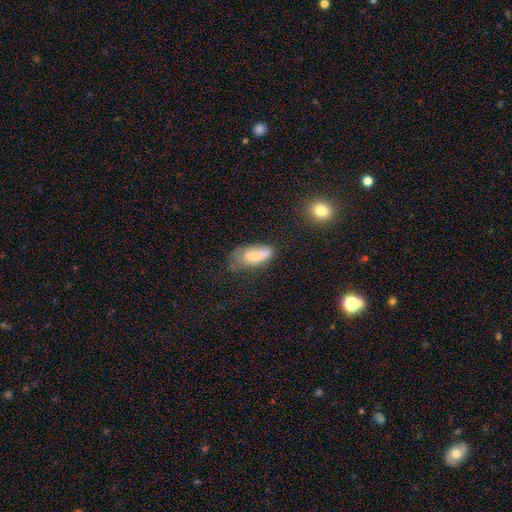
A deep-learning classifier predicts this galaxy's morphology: The model was most divided on "merging": none: 37%, minor disturbance: 31%, major disturbance: 19%, merger: 12%. More confident: how rounded — in between (82%); smooth or featured — smooth (71%).